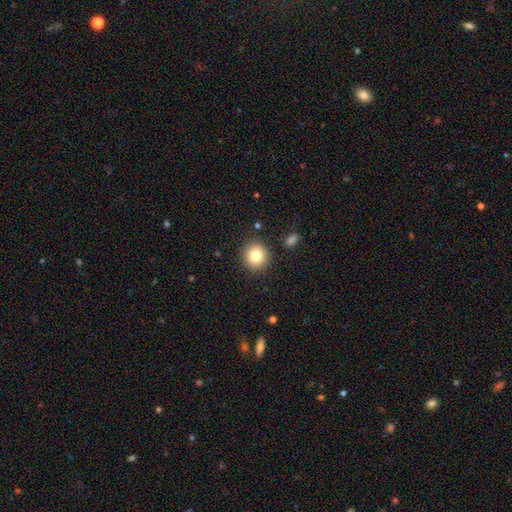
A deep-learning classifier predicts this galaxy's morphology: Smooth or featured? smooth (80%)
How rounded? round (91%)
Merging? none (89%)